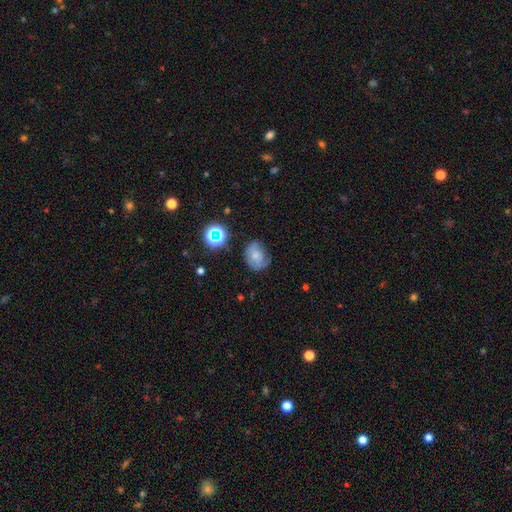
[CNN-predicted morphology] Smooth or featured? smooth (55%)
How rounded? round (50%)
Merging? none (53%)